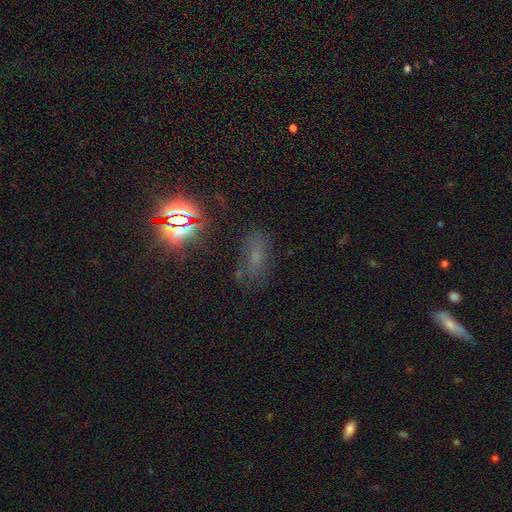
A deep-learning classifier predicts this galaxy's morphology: A star or artifact, not a galaxy (45%).

Vote fractions:
- Smooth or featured? star or artifact: 45% / smooth: 37% / featured or disk: 18%